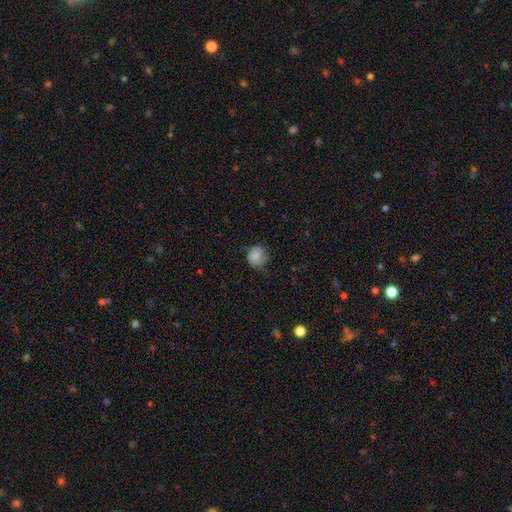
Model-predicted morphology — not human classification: This is likely a smooth galaxy (61%). How rounded: likely round (80%). Merging: likely none (65%).